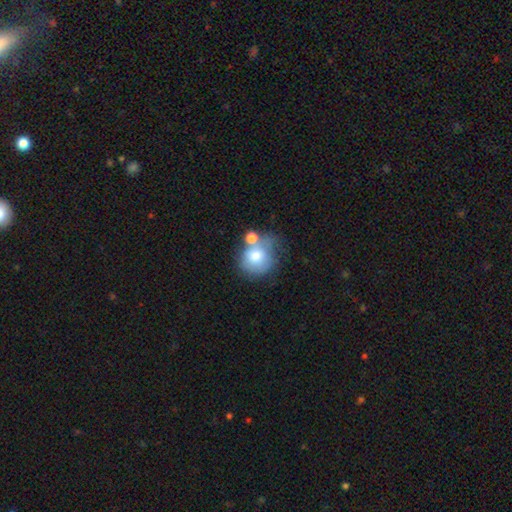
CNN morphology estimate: Overall: smooth (70%). How rounded: round (77%). Merging: none (36%; merger 31%).